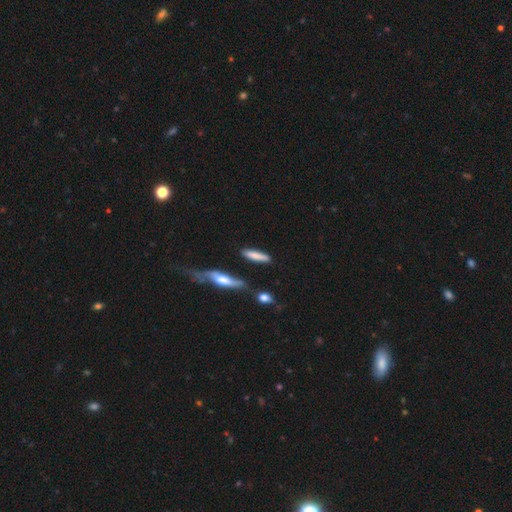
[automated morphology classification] Smooth or featured?
  - smooth: 72% *
  - featured or disk: 22%
  - star or artifact: 6%
How rounded?
  - cigar-shaped: 78% *
  - in between: 20%
  - round: 2%
Merging?
  - none: 72% *
  - minor disturbance: 15%
  - merger: 8%
  - major disturbance: 5%